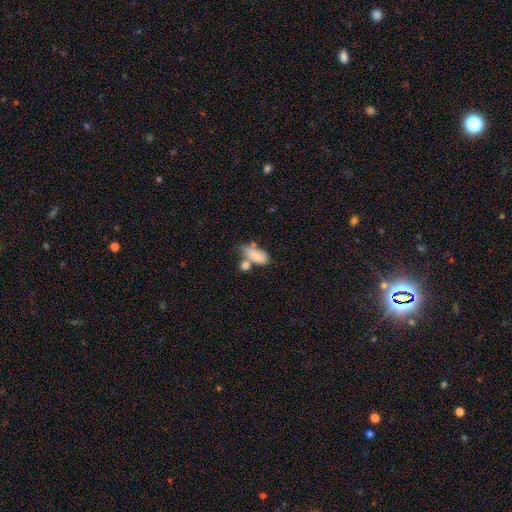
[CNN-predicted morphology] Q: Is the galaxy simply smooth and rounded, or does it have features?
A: smooth — 74%.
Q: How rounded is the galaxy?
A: in between — 89%.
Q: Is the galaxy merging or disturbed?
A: merger — 40%.